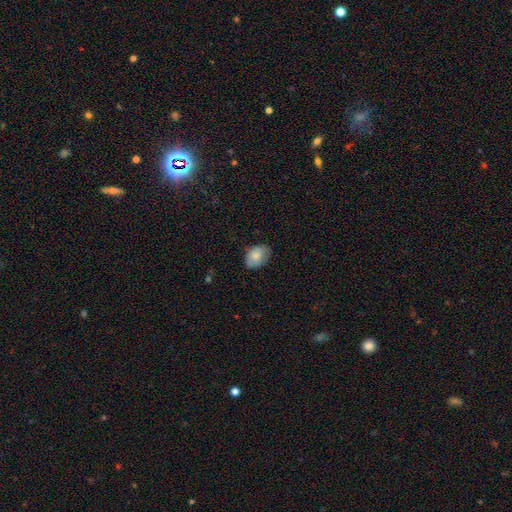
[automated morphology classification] smooth 77%, featured or disk 15%, star or artifact 7%. Down the decision tree: how rounded — in between (81%); merging — none (69%).